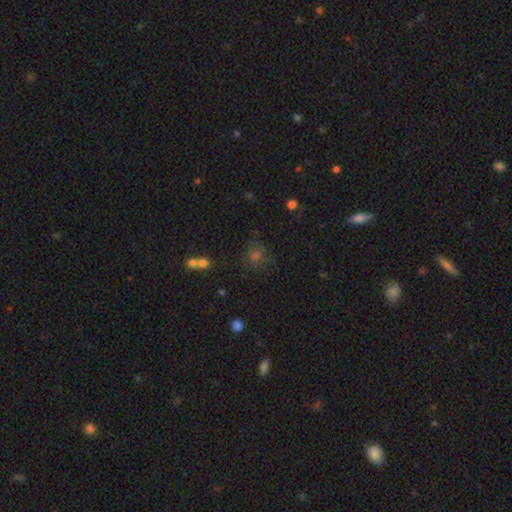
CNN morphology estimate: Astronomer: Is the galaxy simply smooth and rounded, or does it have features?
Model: smooth — 53% (runner-up: star or artifact, 31%).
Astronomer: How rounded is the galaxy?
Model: round — 73%.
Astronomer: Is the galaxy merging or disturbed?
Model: none — 66%.